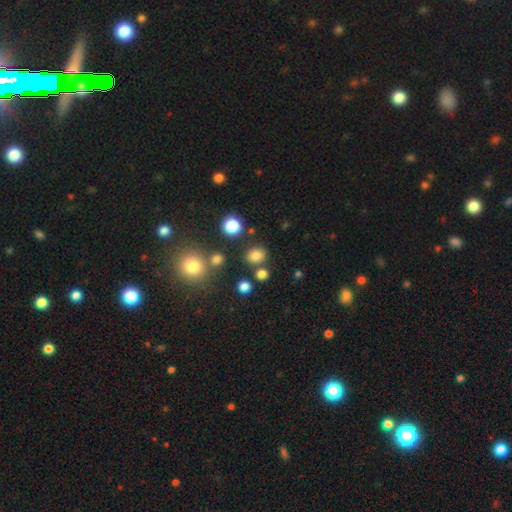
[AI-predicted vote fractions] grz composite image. It shows a smooth galaxy with no disk features (79%) that is round (59%). Merging: none (80%).